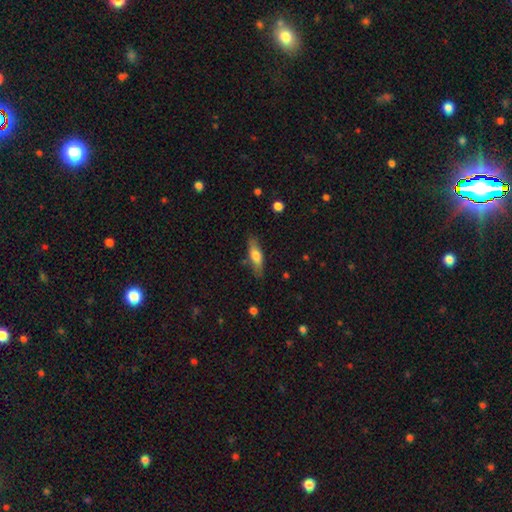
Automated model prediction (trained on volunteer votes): Overall: smooth (65%; featured or disk 29%). How rounded: cigar-shaped (51%; in between 47%). Merging: none (79%).